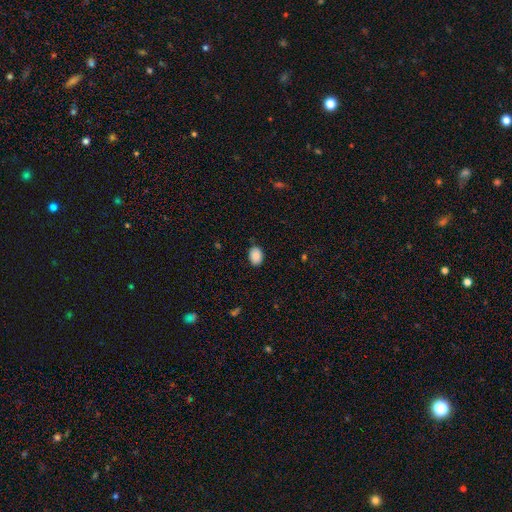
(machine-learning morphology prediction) A smooth galaxy with no disk features (88%) that is in between round and cigar-shaped (75%). Merging: none (82%).